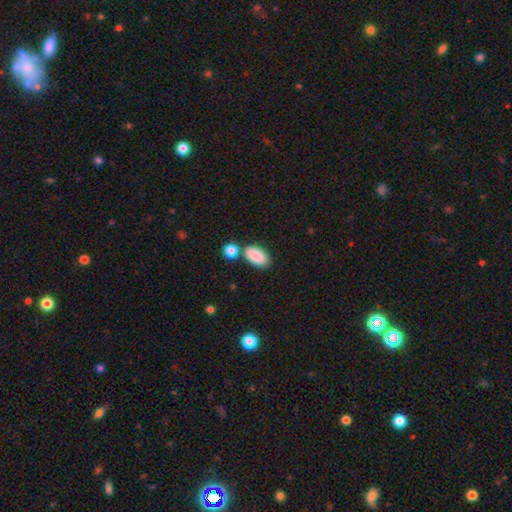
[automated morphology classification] This is clearly a smooth galaxy (88%). How rounded: clearly in between (94%). Merging: likely none (69%).